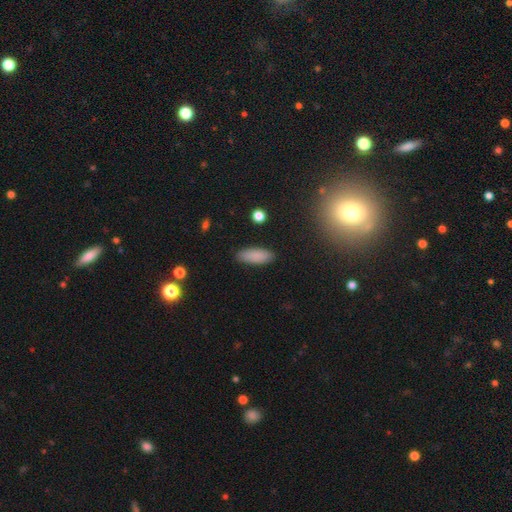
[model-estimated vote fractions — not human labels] The model was most divided on "how rounded": in between: 73%, cigar-shaped: 25%, round: 2%. More confident: merging — none (88%); smooth or featured — smooth (87%).